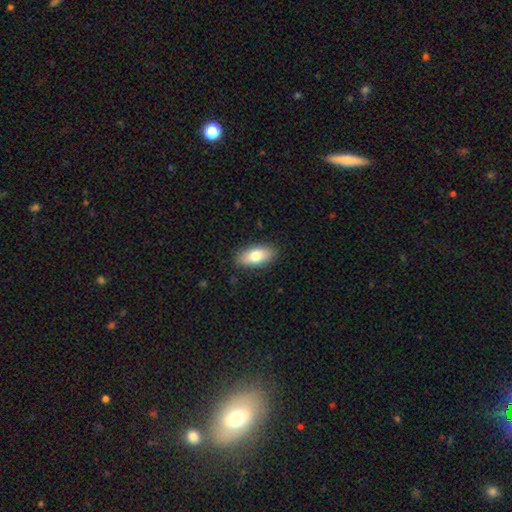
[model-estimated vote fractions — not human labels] This appears to be a smooth galaxy with no disk features (77%) that is in between round and cigar-shaped (87%). Merging: none (87%).